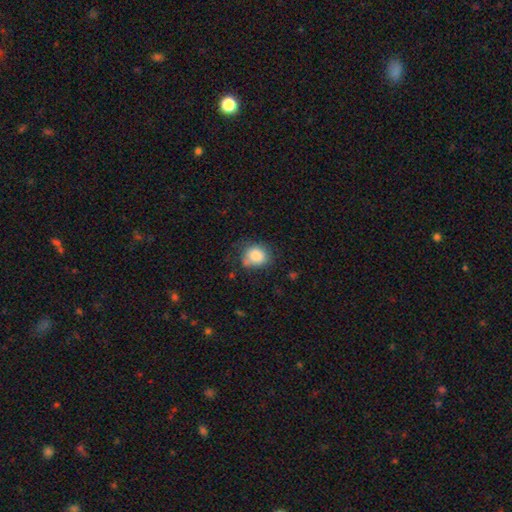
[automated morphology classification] Smooth or featured?
  - smooth: 83% *
  - star or artifact: 9%
  - featured or disk: 8%
How rounded?
  - round: 66% *
  - in between: 34%
  - cigar-shaped: 1%
Merging?
  - none: 62% *
  - minor disturbance: 24%
  - major disturbance: 8%
  - merger: 6%